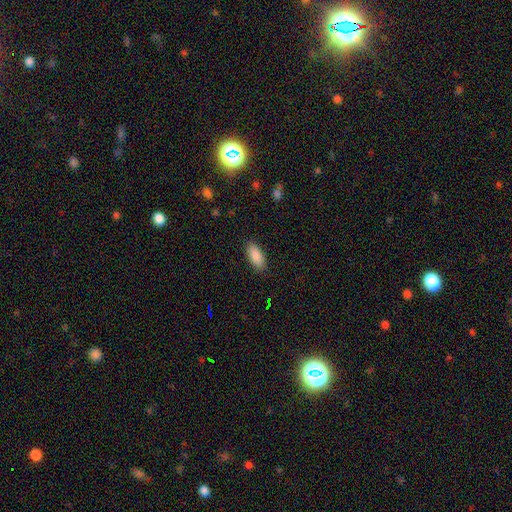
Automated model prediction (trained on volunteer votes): smooth 89%, star or artifact 7%, featured or disk 5%. Down the decision tree: how rounded — in between (85%); merging — none (88%).